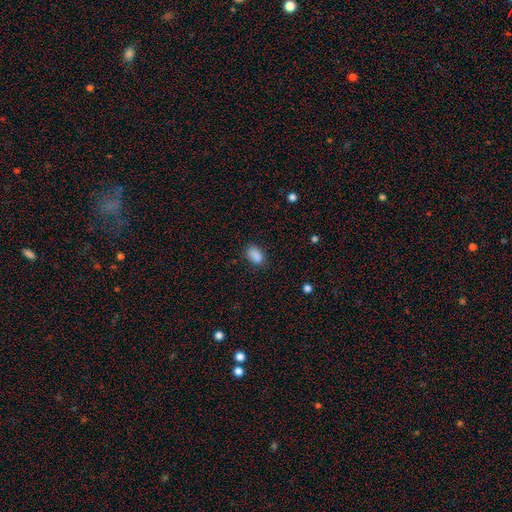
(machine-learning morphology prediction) type=smooth (87%); roundness=in between (88%); merging=none (78%).